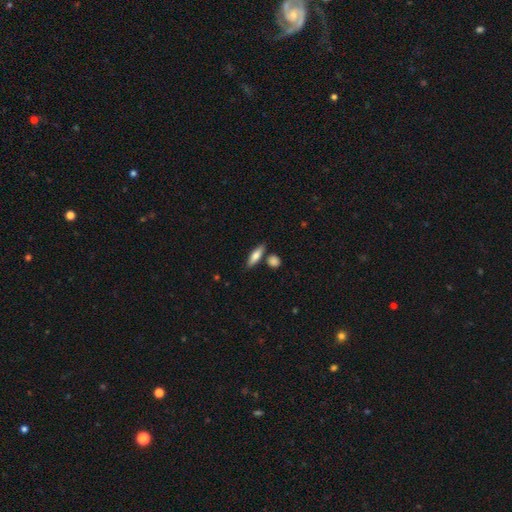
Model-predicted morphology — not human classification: Q: Smooth or featured?
A: smooth (70%); runner-up: featured or disk (23%)
Q: How rounded?
A: cigar-shaped (54%); runner-up: in between (42%)
Q: Merging?
A: none (77%); runner-up: minor disturbance (11%)